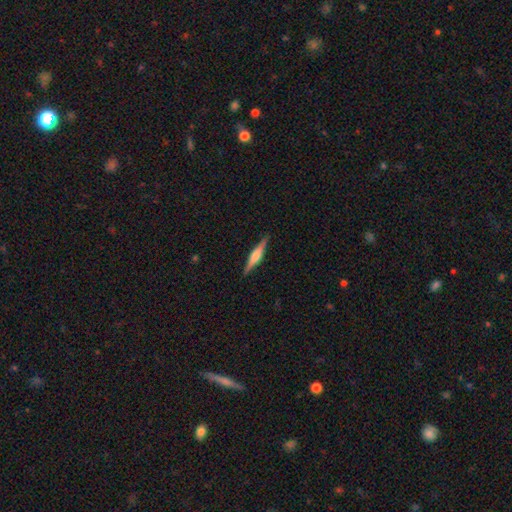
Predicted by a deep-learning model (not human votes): Smooth or featured? Predicted: featured or disk (p=0.68). Edge-on disk? Predicted: yes (p=0.98). Edge-on bulge? Predicted: rounded (p=0.70). Merging? Predicted: none (p=0.91).